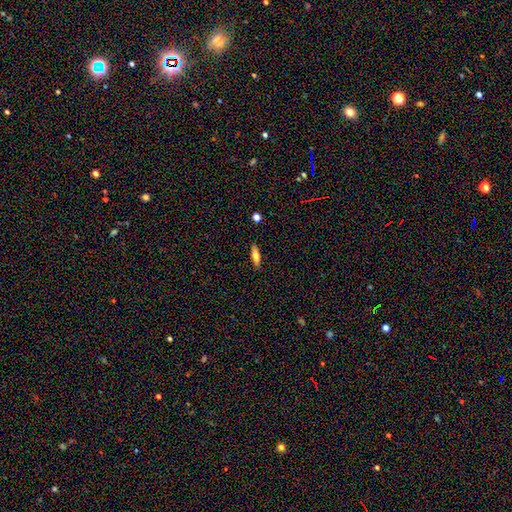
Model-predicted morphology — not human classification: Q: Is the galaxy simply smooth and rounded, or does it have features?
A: smooth — 69%.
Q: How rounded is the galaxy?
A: cigar-shaped — 50%.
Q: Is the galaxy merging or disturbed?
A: none — 89%.